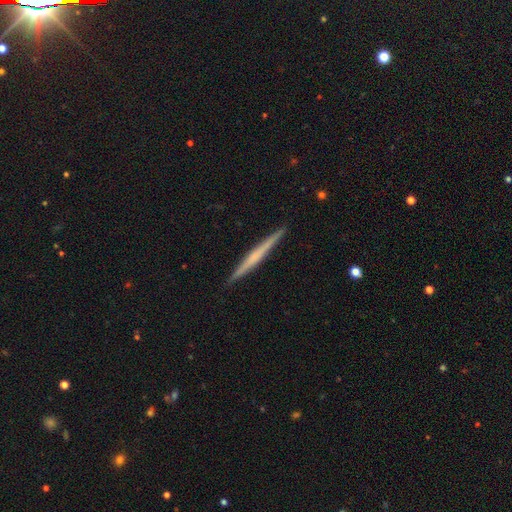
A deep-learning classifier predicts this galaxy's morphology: Q: Smooth or featured?
A: featured or disk (56%); runner-up: smooth (39%)
Q: Edge-on disk?
A: yes (98%); runner-up: no (2%)
Q: Edge-on bulge?
A: none (70%); runner-up: rounded (21%)
Q: Merging?
A: none (92%); runner-up: minor disturbance (6%)